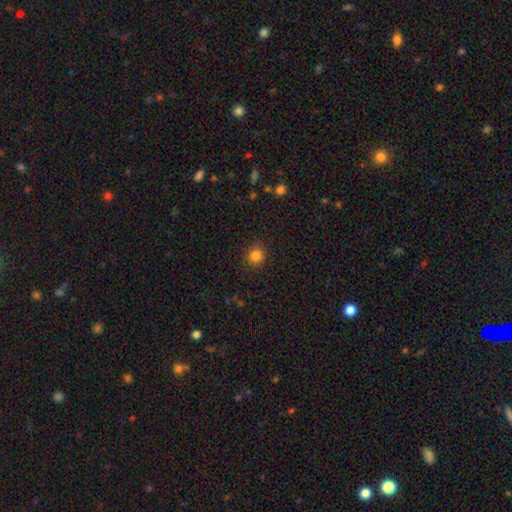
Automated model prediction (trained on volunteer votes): Morphology: type=smooth (84%); roundness=round (89%); merging=none (87%).